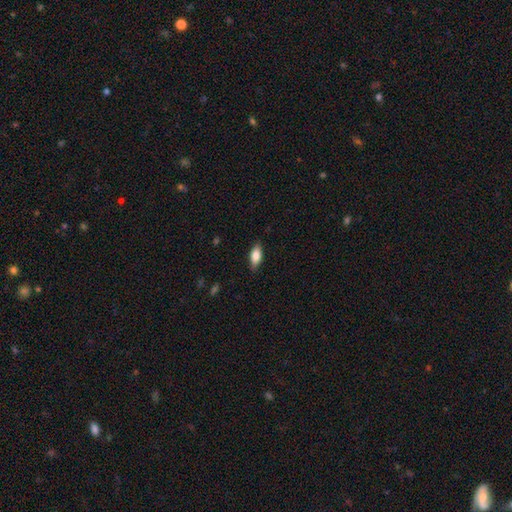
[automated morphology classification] smooth 76%, featured or disk 17%, star or artifact 7%. Down the decision tree: how rounded — in between (81%); merging — none (84%).